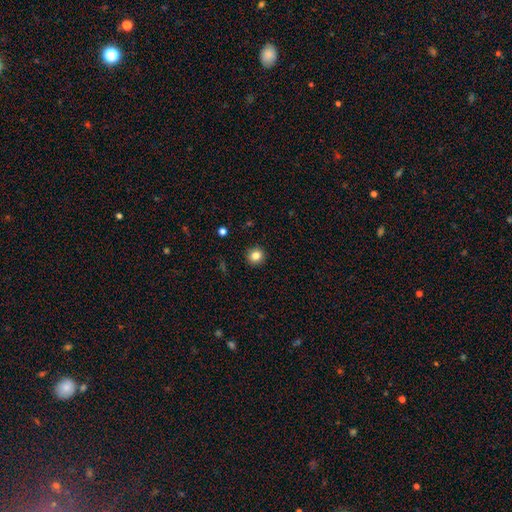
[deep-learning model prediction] A smooth galaxy with no disk features (82%) that is round (92%). Merging: none (92%).